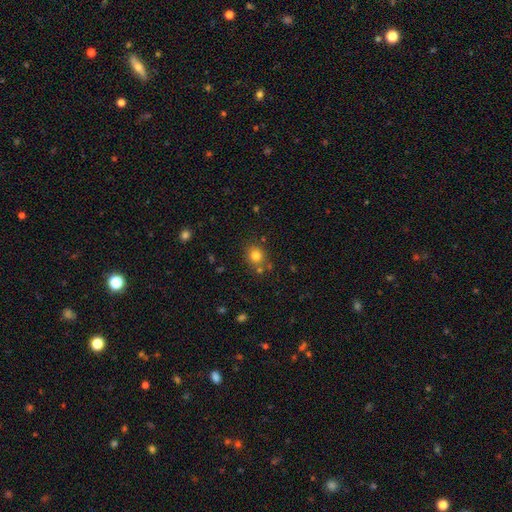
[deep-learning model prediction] Smooth or featured? smooth (79%)
How rounded? round (77%)
Merging? none (76%)